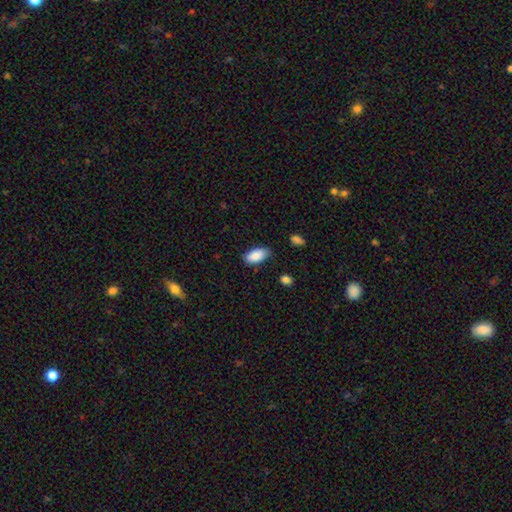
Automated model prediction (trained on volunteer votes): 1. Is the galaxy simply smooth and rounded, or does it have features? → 89% smooth, 7% star or artifact, 5% featured or disk.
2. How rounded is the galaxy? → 93% in between, 5% cigar-shaped, 3% round.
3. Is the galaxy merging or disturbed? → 78% none, 17% minor disturbance, 3% major disturbance, 2% merger.